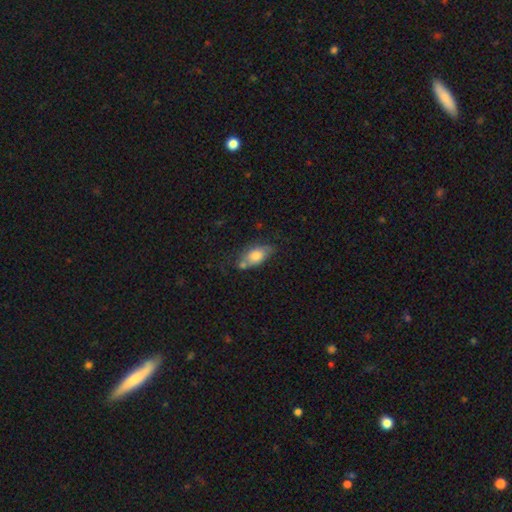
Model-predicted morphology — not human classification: Smooth or featured? smooth (73%)
How rounded? in between (87%)
Merging? none (50%)